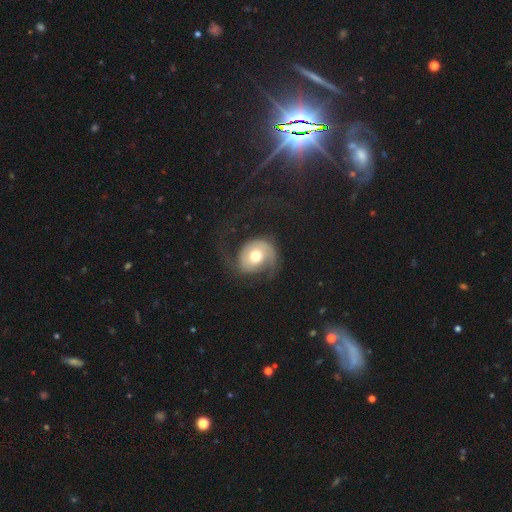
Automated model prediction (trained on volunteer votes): Smooth or featured? Predicted: featured or disk (p=0.62). Edge-on disk? Predicted: no (p=0.97). Bar? Predicted: no (p=0.73). Spiral arms? Predicted: yes (p=0.83). Spiral winding? Predicted: loose (p=0.44). Spiral arm count? Predicted: 2 (p=0.50). Bulge size? Predicted: moderate (p=0.71). Merging? Predicted: none (p=0.44).